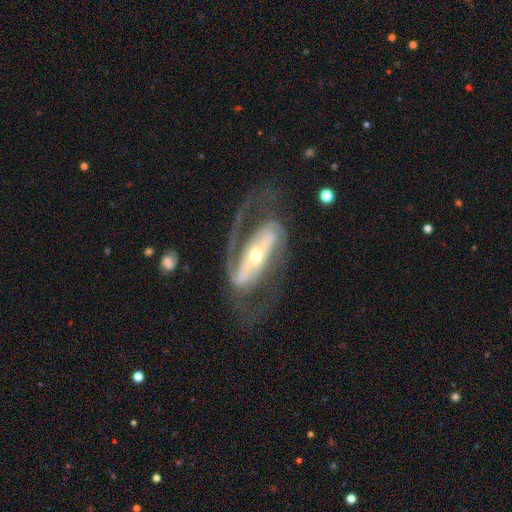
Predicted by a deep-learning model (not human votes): This appears to be a featured or disk galaxy (89%) with a strong bar (64%), 2 (85%) medium (51%) spiral arms (94%) and a small central bulge (53%). Merging: none (60%).